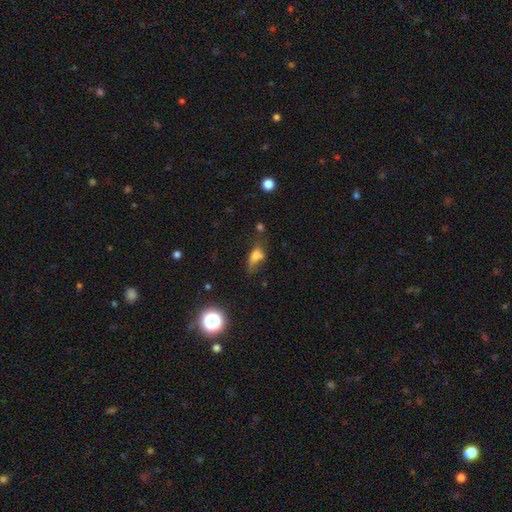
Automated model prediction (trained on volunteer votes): smooth_or_featured: smooth (p=0.60) [alt: featured or disk p=0.22]
how_rounded: in between (p=0.76) [alt: cigar-shaped p=0.13]
merging: none (p=0.33) [alt: minor disturbance p=0.27]